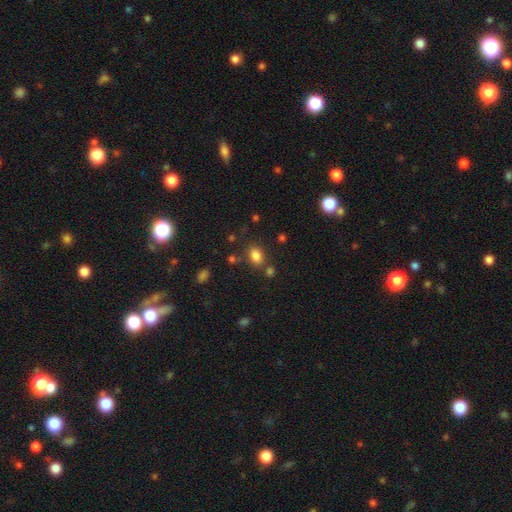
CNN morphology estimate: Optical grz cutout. It shows a smooth galaxy with no disk features (83%) that is in between round and cigar-shaped (77%). Merging: none (73%).